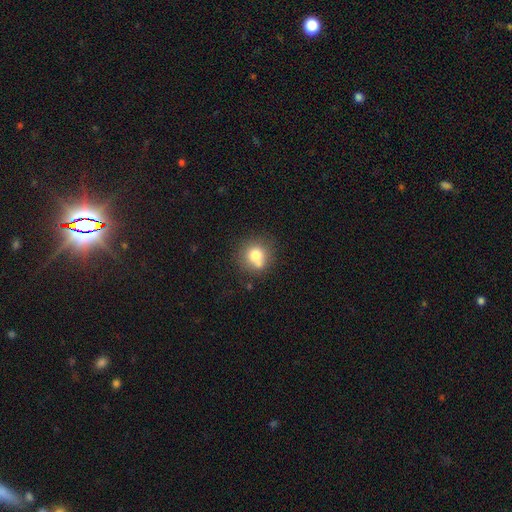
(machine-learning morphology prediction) type=smooth (74%); roundness=round (85%); merging=none (58%).